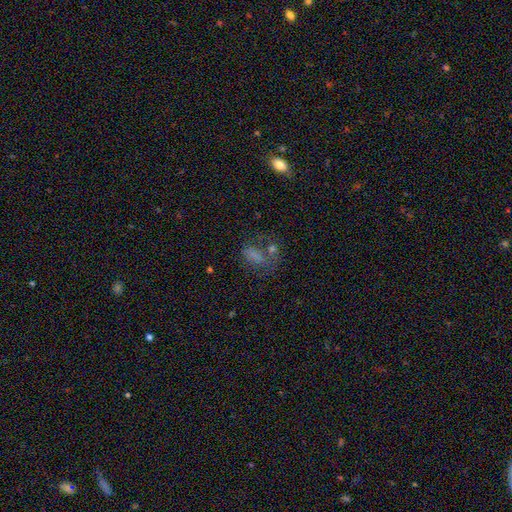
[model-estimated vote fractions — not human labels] Smooth or featured? smooth (54%)
How rounded? in between (64%)
Merging? none (47%)